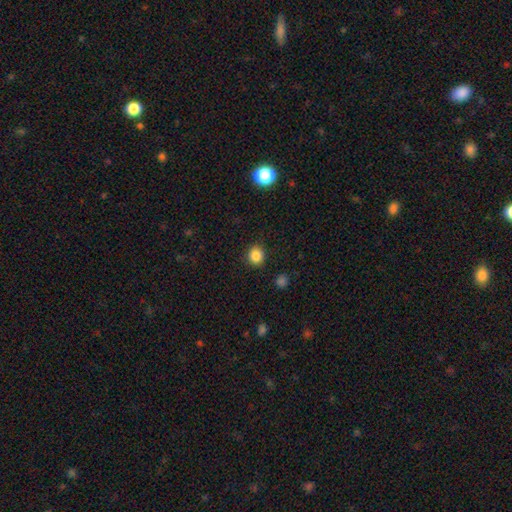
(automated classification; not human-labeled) Q: Smooth or featured?
A: smooth (85%); runner-up: star or artifact (11%)
Q: How rounded?
A: round (82%); runner-up: in between (17%)
Q: Merging?
A: none (89%); runner-up: minor disturbance (7%)